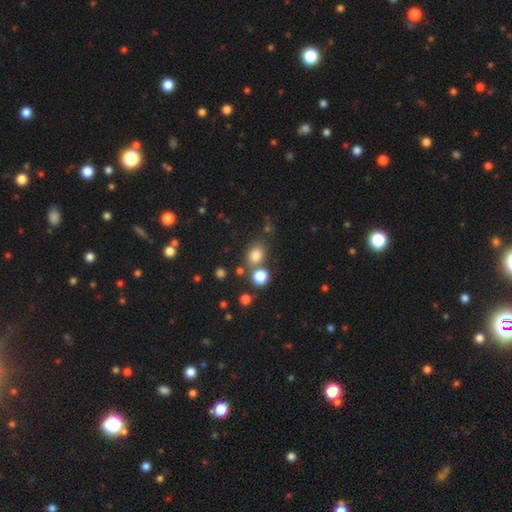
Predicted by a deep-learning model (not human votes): Smooth or featured: smooth — 78% (star or artifact — 15%)
How rounded: round — 52% (in between — 47%)
Merging: none — 67% (merger — 17%)